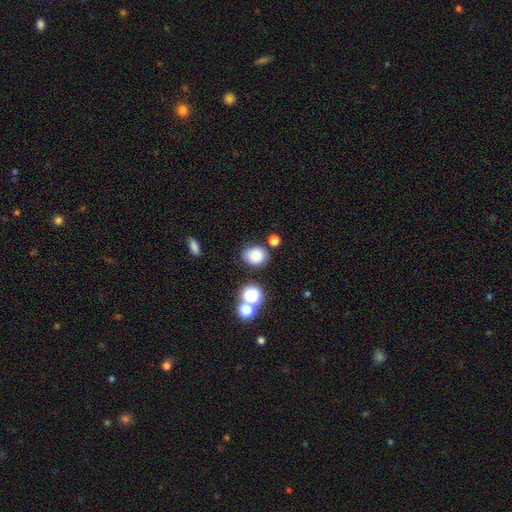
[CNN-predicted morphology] type=smooth (82%); roundness=round (54%); merging=none (74%).